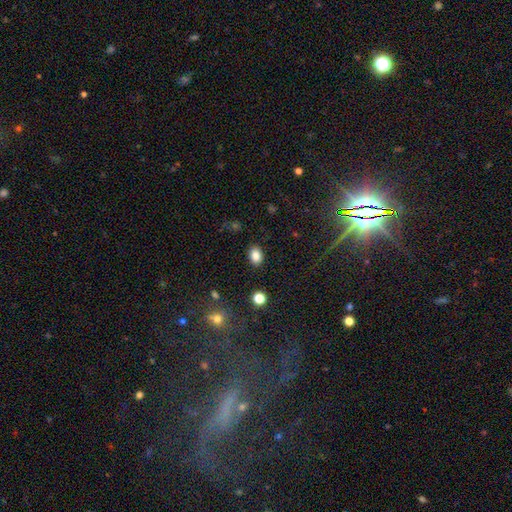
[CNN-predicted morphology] This appears to be a smooth galaxy with no disk features (85%) that is in between round and cigar-shaped (72%). Merging: none (87%).